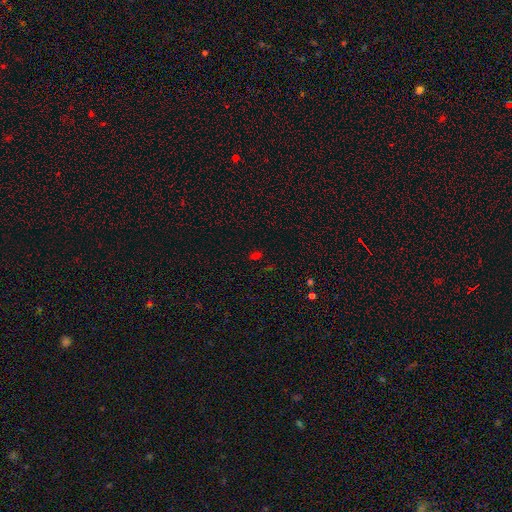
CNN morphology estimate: Q: Smooth or featured?
A: smooth (49%); runner-up: star or artifact (43%)
Q: Merging?
A: none (77%); runner-up: minor disturbance (13%)